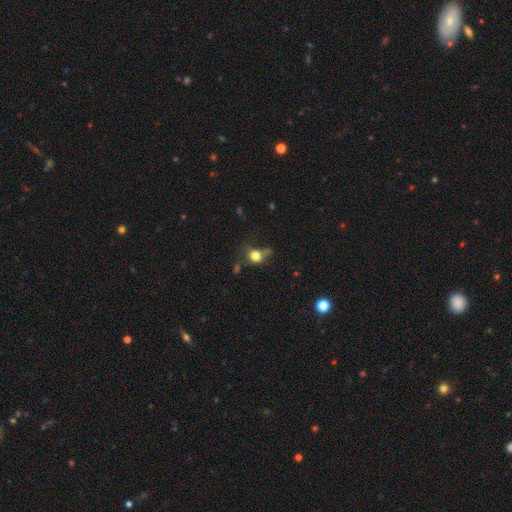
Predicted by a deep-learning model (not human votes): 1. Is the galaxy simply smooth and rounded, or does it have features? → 73% smooth, 14% featured or disk, 13% star or artifact.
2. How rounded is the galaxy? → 66% round, 31% in between, 2% cigar-shaped.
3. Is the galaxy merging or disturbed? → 41% none, 25% minor disturbance, 24% major disturbance, 9% merger.